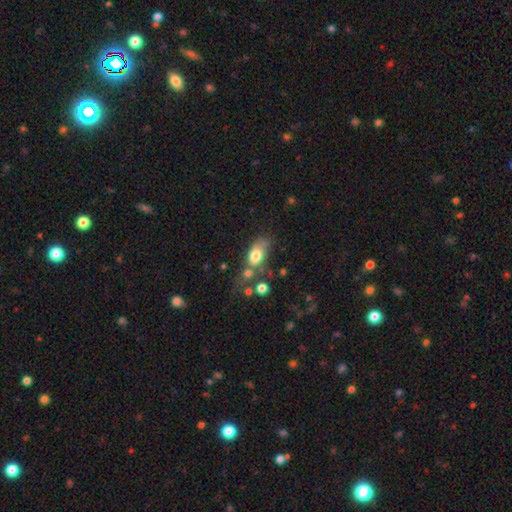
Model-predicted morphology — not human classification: A smooth galaxy with no disk features (76%) that is in between round and cigar-shaped (82%). Merging: none (37%).